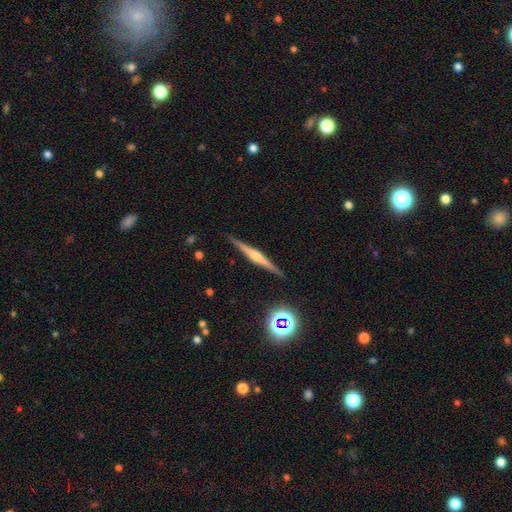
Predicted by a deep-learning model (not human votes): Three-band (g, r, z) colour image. It shows a featured or disk galaxy (74%) viewed edge-on (98%) with a rounded central bulge (75%). Merging: none (91%).